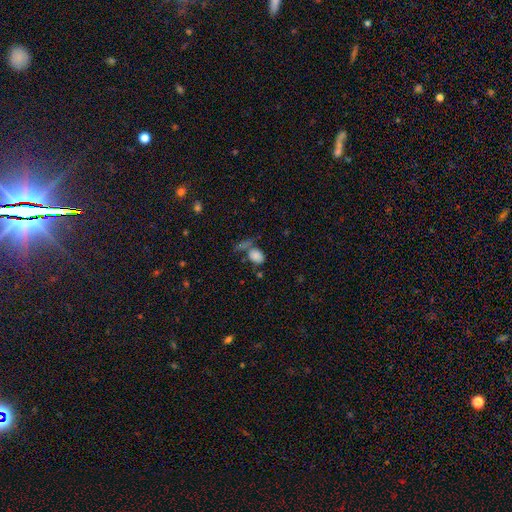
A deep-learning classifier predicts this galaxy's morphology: A smooth galaxy with no disk features (82%) that is in between round and cigar-shaped (69%). Merging: none (47%).